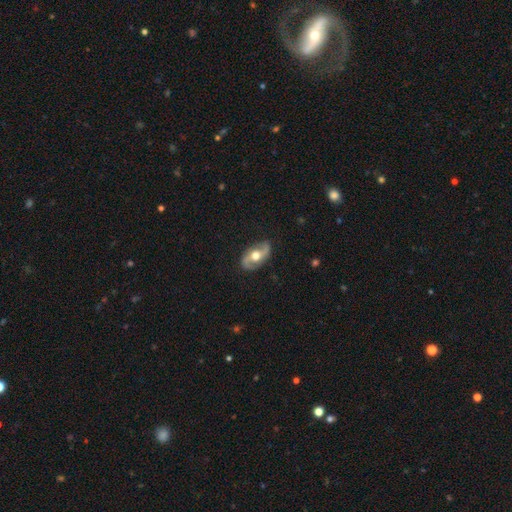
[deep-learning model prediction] This is likely a featured or disk galaxy (77%). It is clearly not viewed edge-on (93%). Bar: possibly no (58%). Spiral arm pattern: clearly yes (87%). Spiral arm count: clearly 2 (91%). Spiral winding: possibly loose (49%). Central bulge: likely moderate (68%). Merging: clearly none (80%).